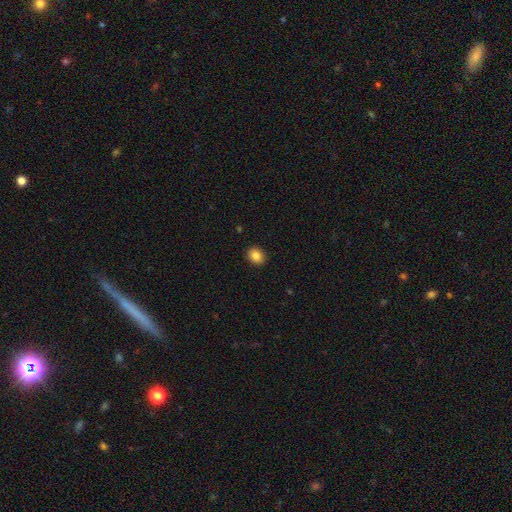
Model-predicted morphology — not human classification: Smooth or featured: smooth — 85% (star or artifact — 9%)
How rounded: round — 54% (in between — 46%)
Merging: none — 91% (minor disturbance — 7%)